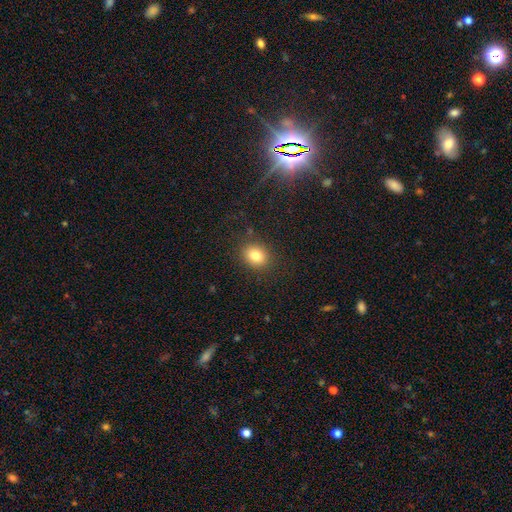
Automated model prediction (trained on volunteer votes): Overall: smooth (82%). How rounded: round (53%; in between 46%). Merging: none (86%).